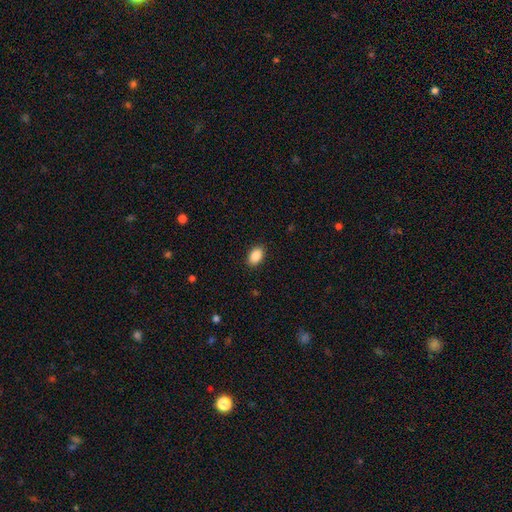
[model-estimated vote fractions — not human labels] Smooth or featured?
  - smooth: 89% *
  - star or artifact: 8%
  - featured or disk: 3%
How rounded?
  - in between: 89% *
  - round: 10%
  - cigar-shaped: 1%
Merging?
  - none: 89% *
  - minor disturbance: 8%
  - major disturbance: 2%
  - merger: 1%